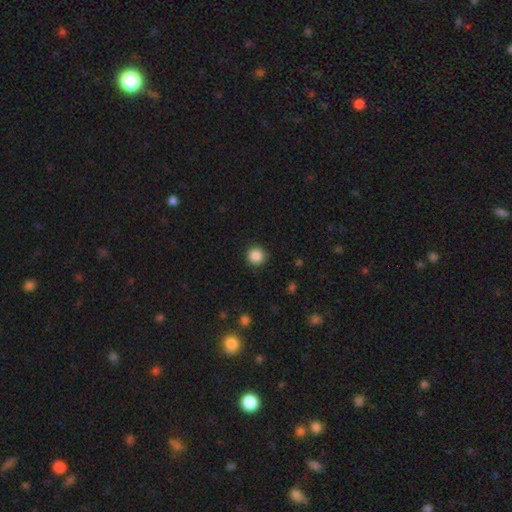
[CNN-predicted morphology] A smooth galaxy with no disk features (86%) that is round (95%). Merging: none (89%).